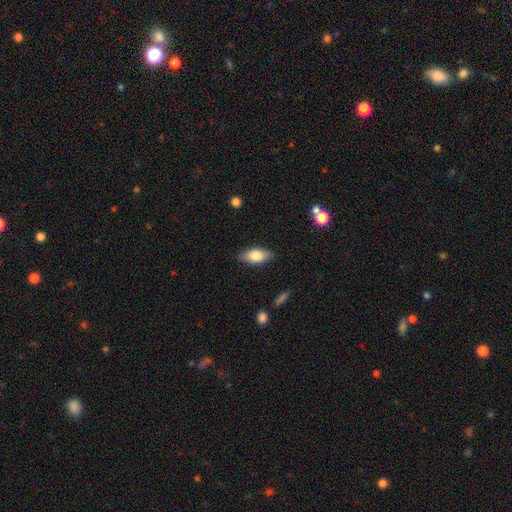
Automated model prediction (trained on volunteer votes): Smooth or featured?
  - smooth: 78% *
  - featured or disk: 16%
  - star or artifact: 7%
How rounded?
  - in between: 87% *
  - cigar-shaped: 10%
  - round: 3%
Merging?
  - none: 84% *
  - minor disturbance: 12%
  - major disturbance: 3%
  - merger: 1%